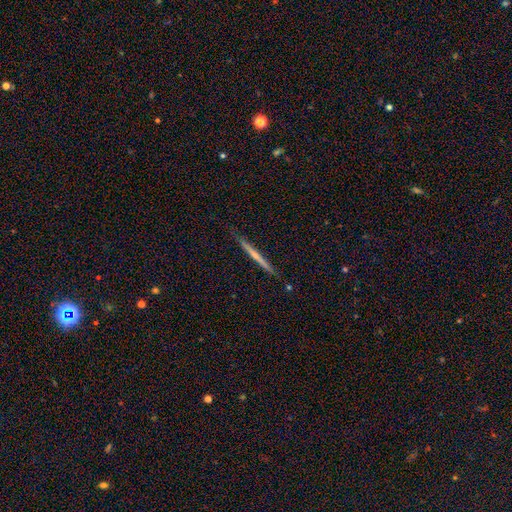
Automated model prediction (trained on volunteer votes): Smooth or featured? featured or disk (56%)
Edge-on disk? yes (97%)
Edge-on bulge? none (64%)
Merging? none (85%)